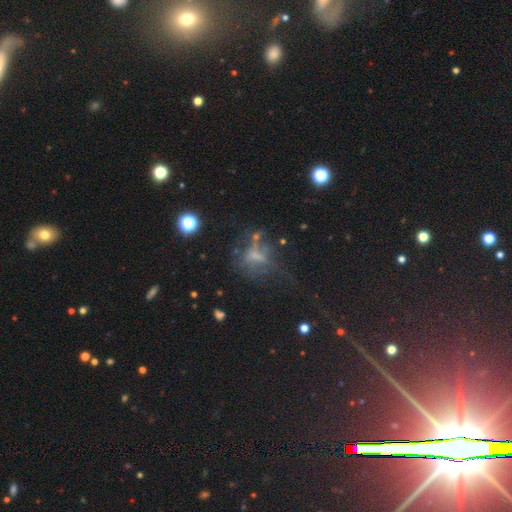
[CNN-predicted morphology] type=featured or disk (43%); merging=major disturbance (38%).